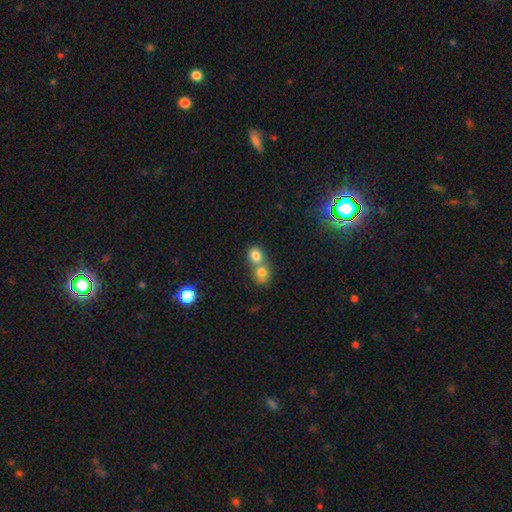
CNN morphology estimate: smooth-or-featured: smooth: 79% | star or artifact: 12% | featured or disk: 9%
  how-rounded: round: 73% | in between: 26% | cigar-shaped: 1%
  merging: merger: 59% | none: 33% | minor disturbance: 6% | major disturbance: 3%